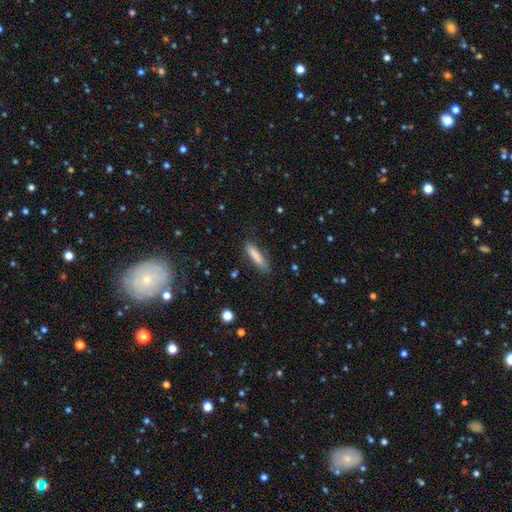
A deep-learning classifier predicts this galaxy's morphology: This appears to be a smooth galaxy with no disk features (82%) that is cigar-shaped (82%). Merging: none (82%).